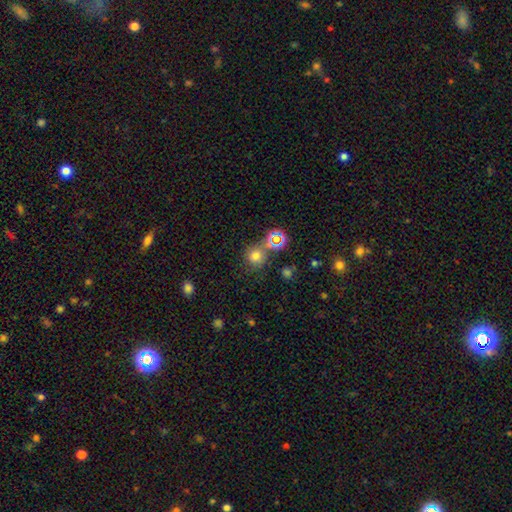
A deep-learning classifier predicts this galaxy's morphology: Smooth or featured?
  - smooth: 68% *
  - star or artifact: 24%
  - featured or disk: 8%
How rounded?
  - round: 89% *
  - in between: 10%
  - cigar-shaped: 1%
Merging?
  - none: 69% *
  - merger: 15%
  - minor disturbance: 11%
  - major disturbance: 5%